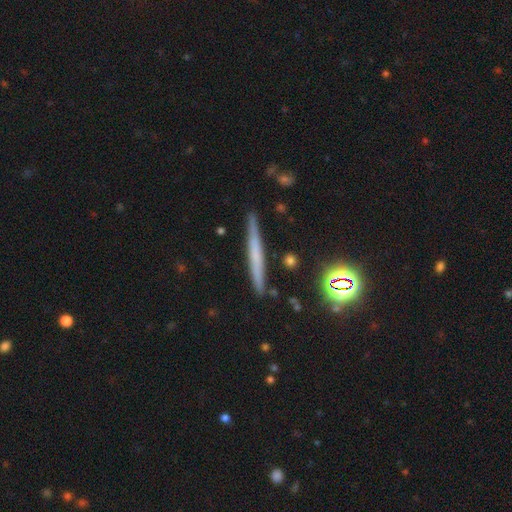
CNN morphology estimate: A smooth galaxy with no disk features (44%). Merging: none (88%).